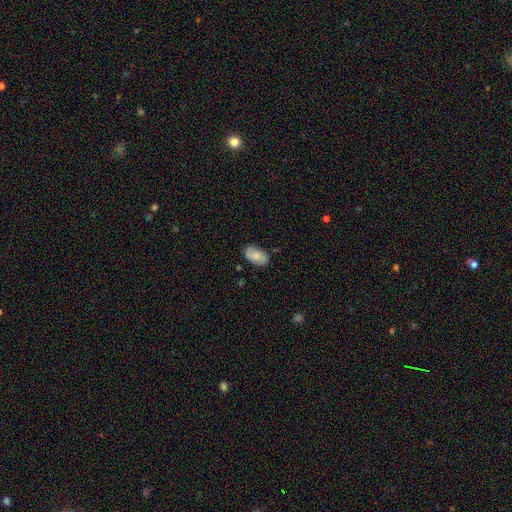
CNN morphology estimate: This appears to be a smooth galaxy with no disk features (74%) that is in between round and cigar-shaped (94%). Merging: none (80%).